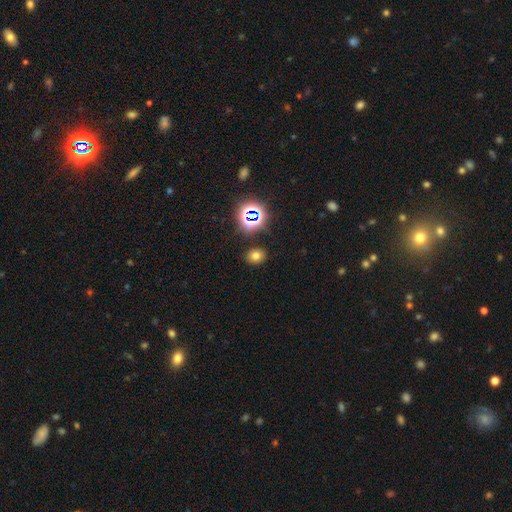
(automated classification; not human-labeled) Smooth or featured? smooth (68%)
How rounded? round (56%)
Merging? none (87%)